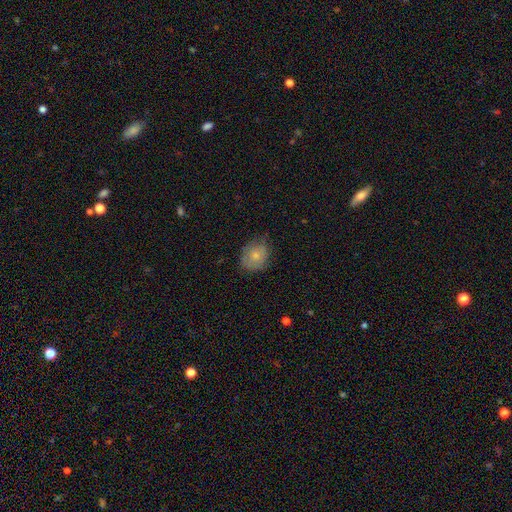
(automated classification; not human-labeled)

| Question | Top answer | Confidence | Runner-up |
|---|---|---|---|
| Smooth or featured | smooth | 73% | featured or disk (20%) |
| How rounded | round | 66% | in between (33%) |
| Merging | none | 66% | minor disturbance (26%) |